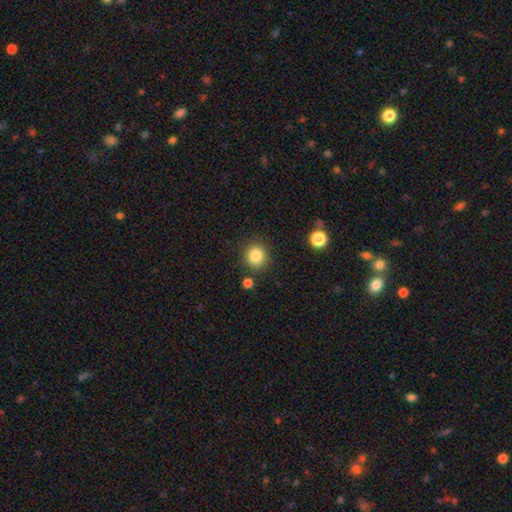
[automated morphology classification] Smooth or featured: smooth — 85% (star or artifact — 11%)
How rounded: round — 90% (in between — 9%)
Merging: none — 86% (minor disturbance — 8%)